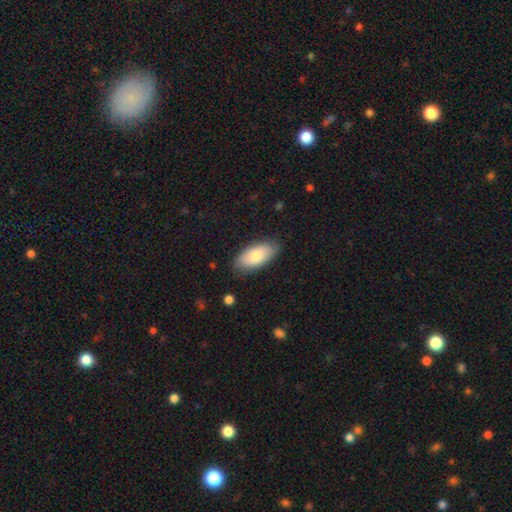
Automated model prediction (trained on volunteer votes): Overall: smooth (75%). How rounded: in between (92%). Merging: none (82%).